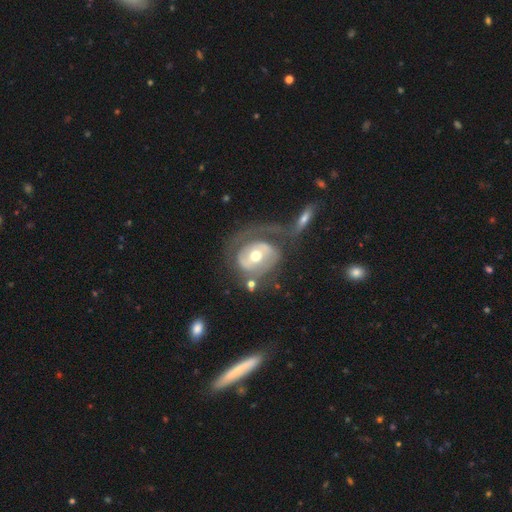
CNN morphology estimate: This is likely a featured or disk galaxy (76%). It is clearly not viewed edge-on (96%). Bar: possibly no (49%). Spiral arm pattern: likely yes (76%). Spiral arm count: possibly 2 (51%). Spiral winding: marginally tight (43%). Central bulge: likely moderate (73%). Merging: marginally none (33%).